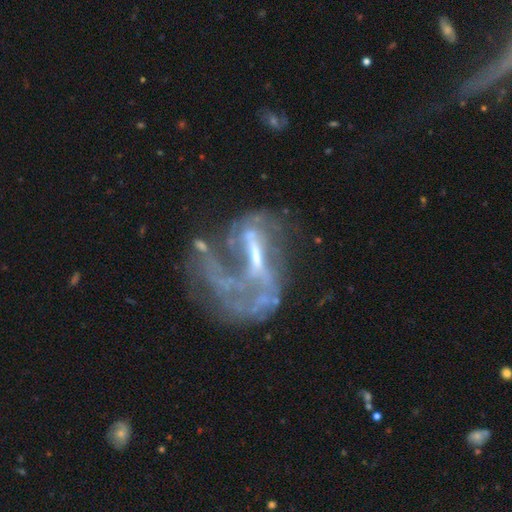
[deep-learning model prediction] Smooth or featured: featured or disk — 79% (star or artifact — 12%)
Edge-on disk: no — 95% (yes — 5%)
Bar: strong — 38% (tied with weak — 38%)
Spiral arms: yes — 63% (no — 37%)
Bulge size: small — 40% (moderate — 29%)
Merging: major disturbance — 46% (none — 29%)